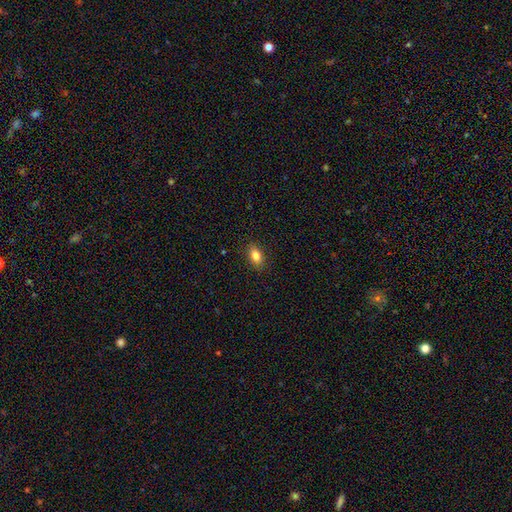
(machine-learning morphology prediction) This appears to be a smooth galaxy with no disk features (82%) that is in between round and cigar-shaped (86%). Merging: none (87%).